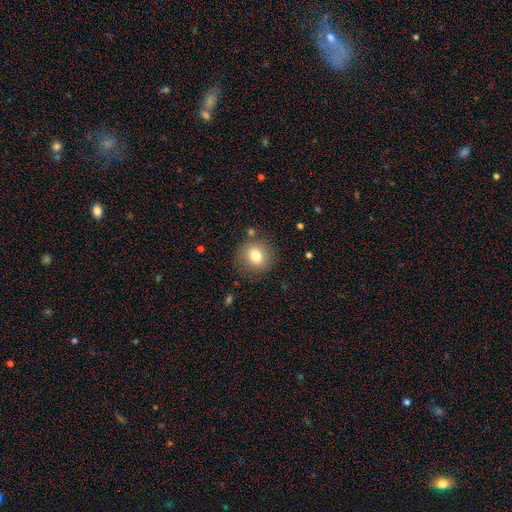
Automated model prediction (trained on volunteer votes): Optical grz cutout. It shows a smooth galaxy with no disk features (77%) that is round (85%). Merging: none (82%).